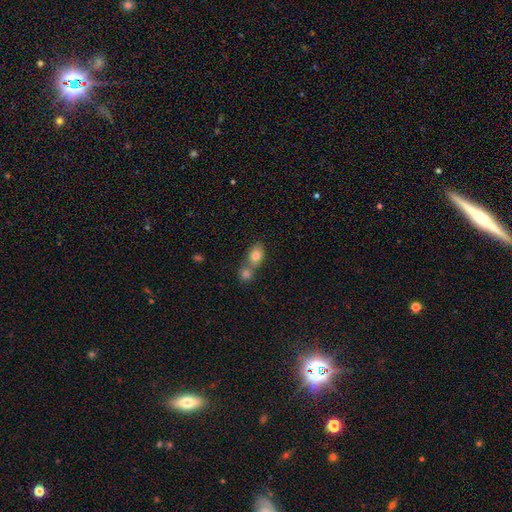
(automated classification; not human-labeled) A smooth galaxy with no disk features (79%) that is in between round and cigar-shaped (65%). Merging: merger (47%).